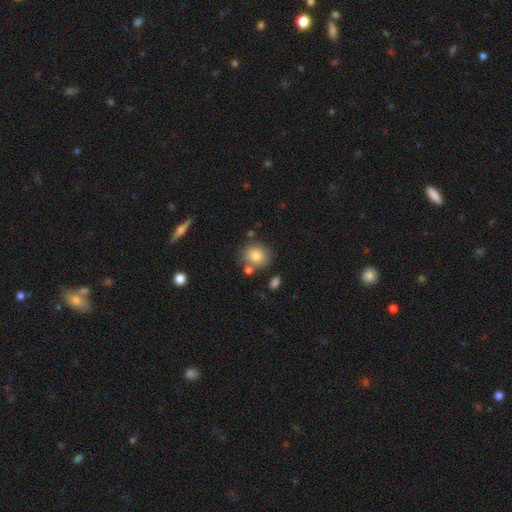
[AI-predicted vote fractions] Smooth or featured: smooth — 81% (featured or disk — 9%)
How rounded: round — 79% (in between — 20%)
Merging: none — 73% (minor disturbance — 12%)